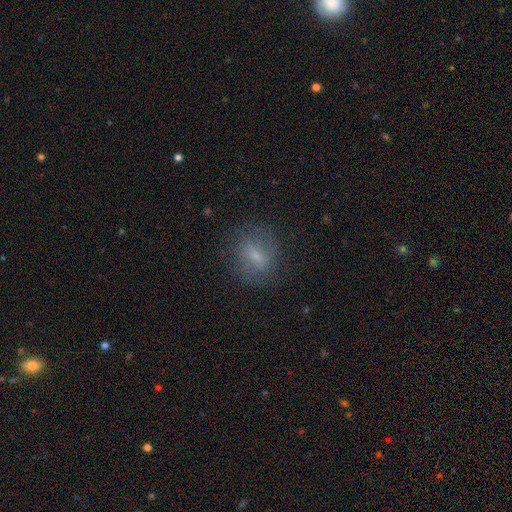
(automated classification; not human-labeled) Q: Smooth or featured?
A: smooth (59%); runner-up: featured or disk (30%)
Q: How rounded?
A: in between (49%); runner-up: round (45%)
Q: Merging?
A: none (75%); runner-up: minor disturbance (15%)